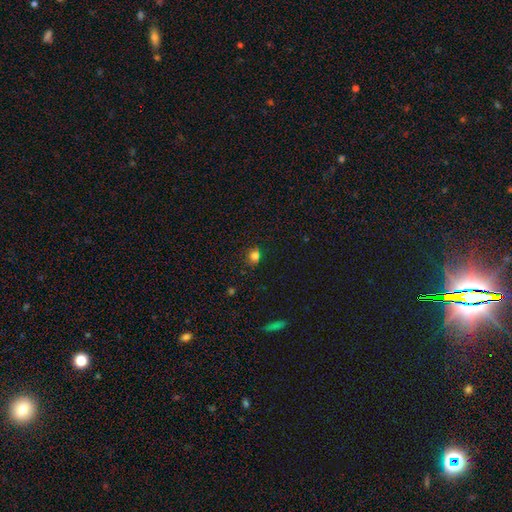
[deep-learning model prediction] Smooth or featured?
  - smooth: 73% *
  - star or artifact: 22%
  - featured or disk: 5%
How rounded?
  - round: 61% *
  - in between: 37%
  - cigar-shaped: 2%
Merging?
  - none: 76% *
  - minor disturbance: 16%
  - major disturbance: 4%
  - merger: 3%